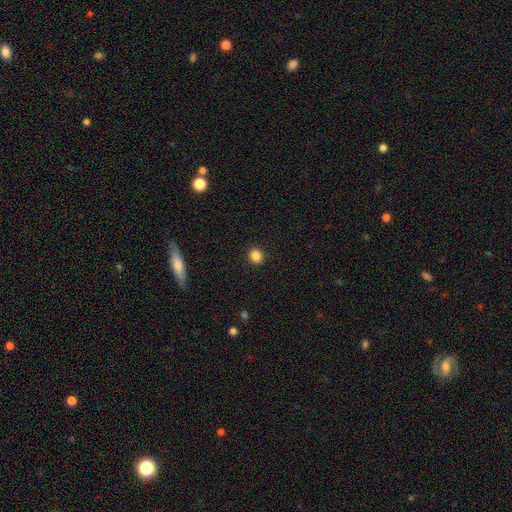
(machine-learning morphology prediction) Smooth or featured: smooth — 85% (star or artifact — 11%)
How rounded: round — 86% (in between — 13%)
Merging: none — 91% (minor disturbance — 6%)